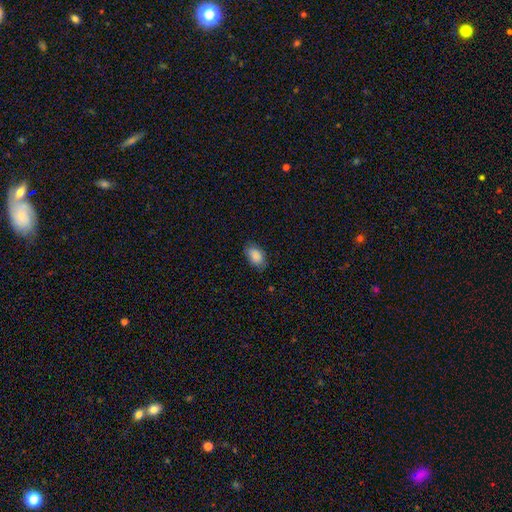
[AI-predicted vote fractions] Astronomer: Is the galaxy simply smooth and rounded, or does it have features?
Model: smooth — 89%.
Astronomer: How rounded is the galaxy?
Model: in between — 93%.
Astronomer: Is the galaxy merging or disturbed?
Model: none — 83%.